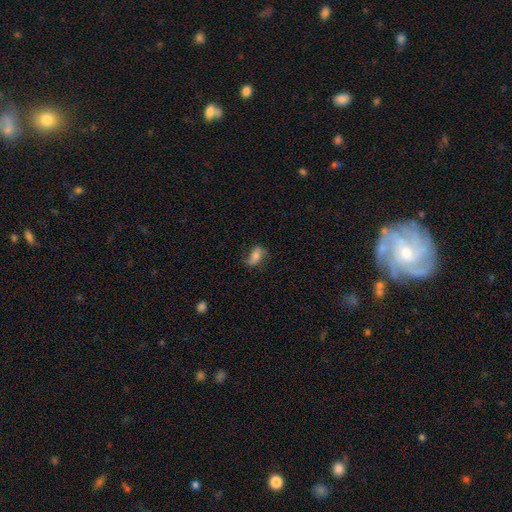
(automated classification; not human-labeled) The model was most divided on "smooth or featured": smooth: 54%, featured or disk: 36%, star or artifact: 9%. More confident: how rounded — in between (83%); merging — none (65%).